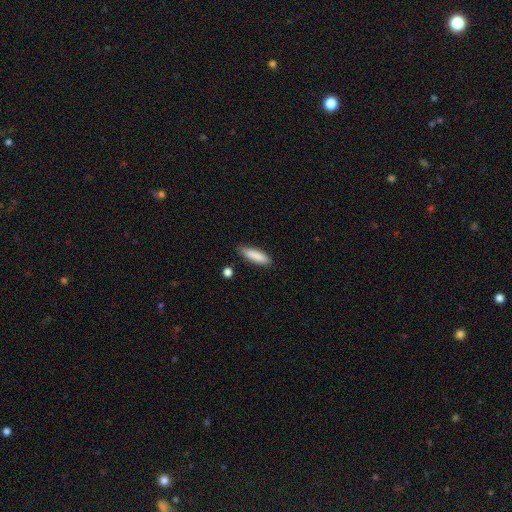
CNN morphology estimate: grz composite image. It shows a smooth galaxy with no disk features (87%) that is cigar-shaped (66%). Merging: none (85%).